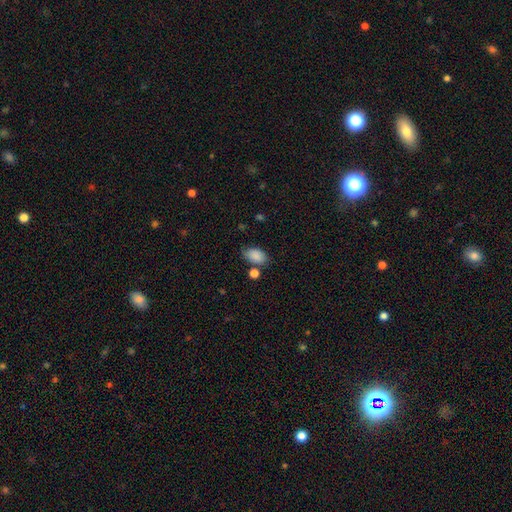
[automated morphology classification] Smooth or featured? Predicted: smooth (p=0.87). How rounded? Predicted: in between (p=0.89). Merging? Predicted: none (p=0.67).